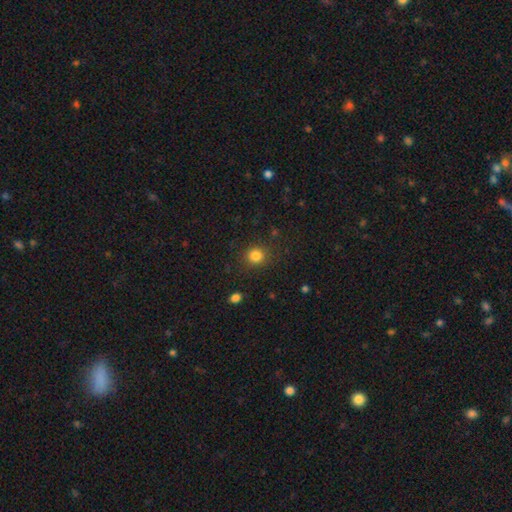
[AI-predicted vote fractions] smooth_or_featured: smooth (p=0.83) [alt: star or artifact p=0.12]
how_rounded: round (p=0.87) [alt: in between p=0.12]
merging: none (p=0.86) [alt: minor disturbance p=0.09]